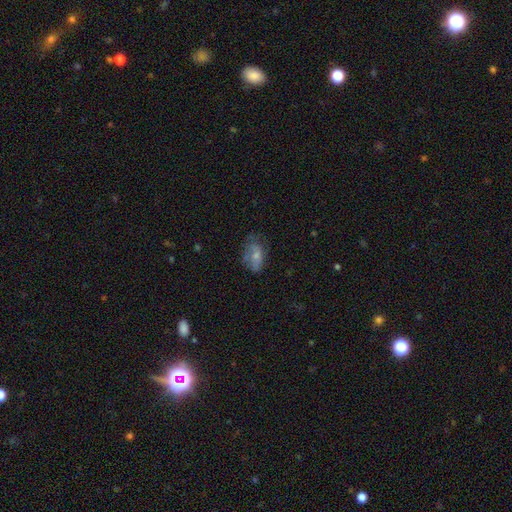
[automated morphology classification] Smooth or featured: smooth — 61% (featured or disk — 30%)
How rounded: in between — 89% (round — 8%)
Merging: none — 45% (minor disturbance — 31%)